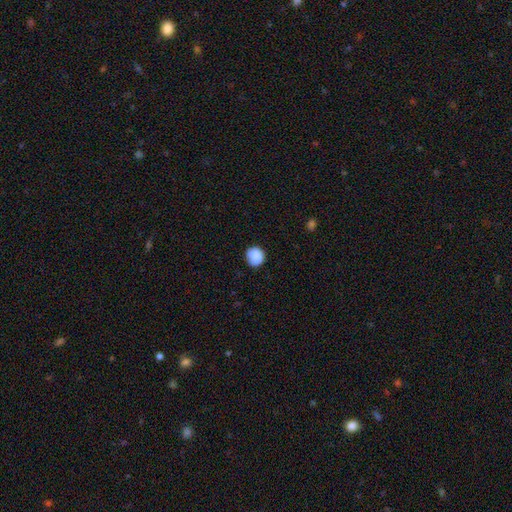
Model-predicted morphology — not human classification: Overall: smooth (84%). How rounded: round (86%). Merging: none (75%).